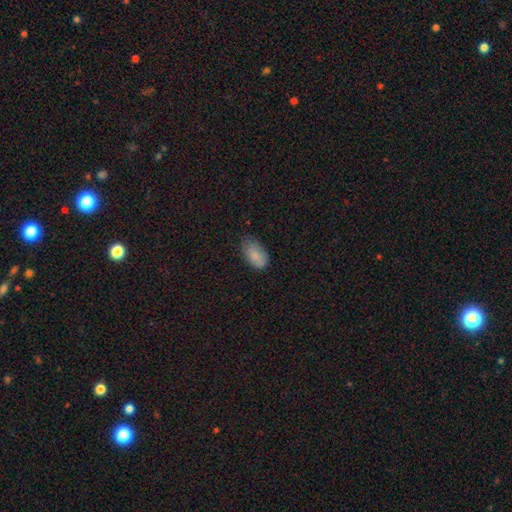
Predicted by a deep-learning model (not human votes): This is clearly a smooth galaxy (84%). How rounded: clearly in between (93%). Merging: likely none (62%).